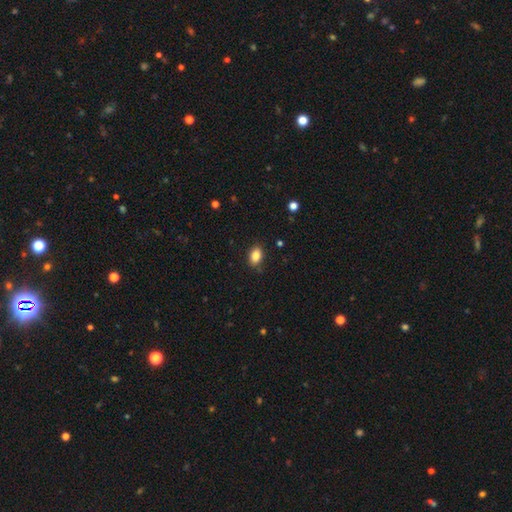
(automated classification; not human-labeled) smooth_or_featured: smooth (p=0.85) [alt: star or artifact p=0.09]
how_rounded: in between (p=0.83) [alt: round p=0.16]
merging: none (p=0.85) [alt: minor disturbance p=0.12]